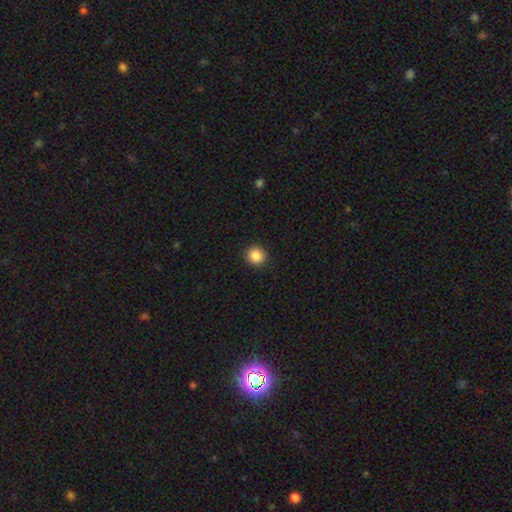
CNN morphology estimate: smooth-or-featured: smooth: 87% | star or artifact: 10% | featured or disk: 3%
  how-rounded: round: 92% | in between: 7% | cigar-shaped: 1%
  merging: none: 92% | minor disturbance: 5% | major disturbance: 2% | merger: 1%